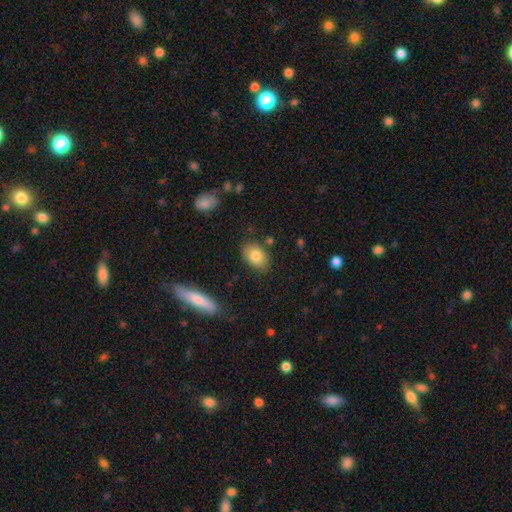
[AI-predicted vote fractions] Smooth or featured? Predicted: smooth (p=0.81). How rounded? Predicted: in between (p=0.84). Merging? Predicted: none (p=0.80).